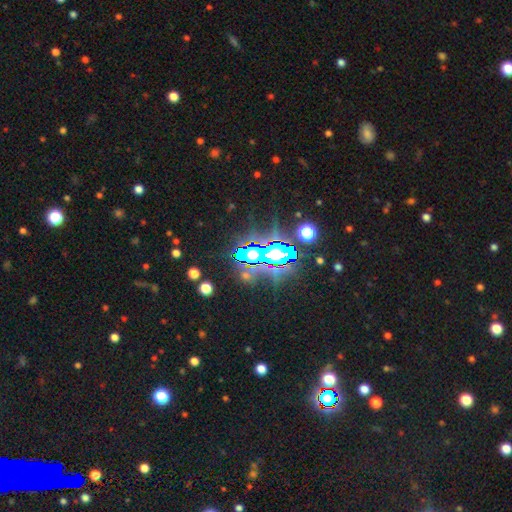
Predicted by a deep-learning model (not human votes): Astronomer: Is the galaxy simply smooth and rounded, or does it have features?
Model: star or artifact — 79%.